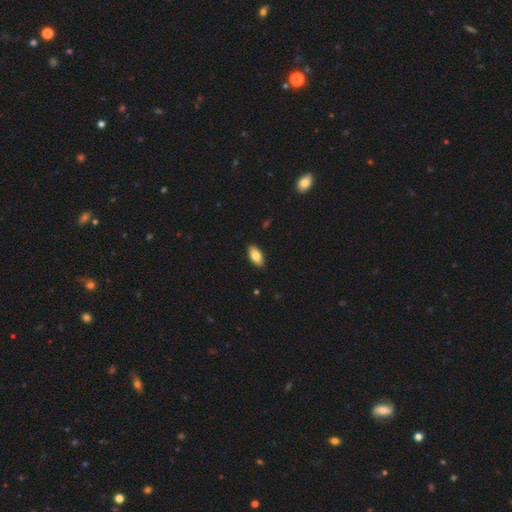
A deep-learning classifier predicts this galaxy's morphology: Overall: smooth (82%). How rounded: in between (92%). Merging: none (89%).